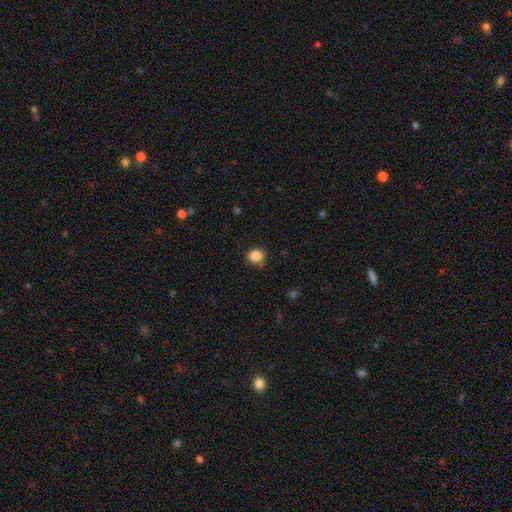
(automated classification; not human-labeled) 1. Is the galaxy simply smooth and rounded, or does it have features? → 85% smooth, 10% star or artifact, 5% featured or disk.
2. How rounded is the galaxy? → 66% round, 33% in between, 1% cigar-shaped.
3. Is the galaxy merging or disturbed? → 75% none, 20% minor disturbance, 4% major disturbance, 2% merger.